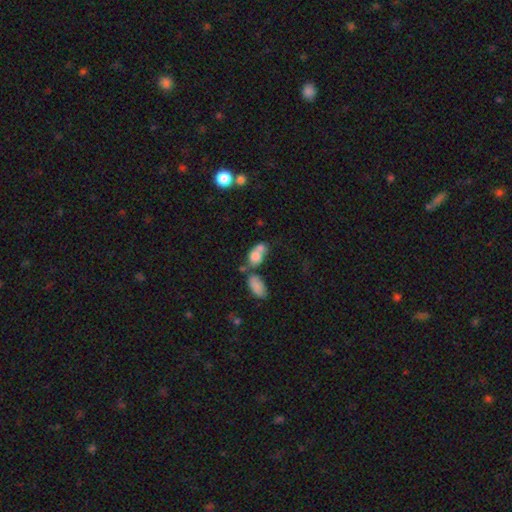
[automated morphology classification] Smooth or featured? Predicted: smooth (p=0.73). How rounded? Predicted: in between (p=0.73). Merging? Predicted: merger (p=0.56).